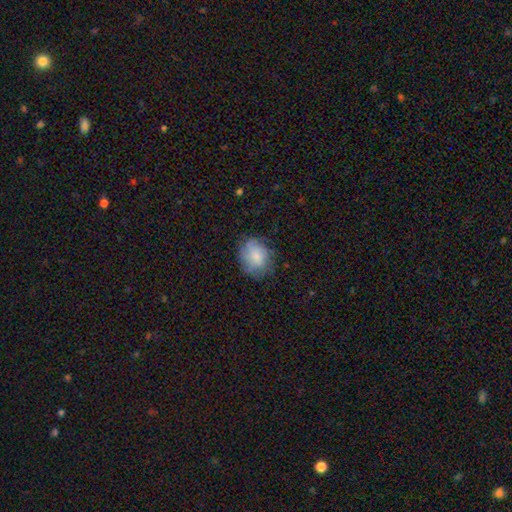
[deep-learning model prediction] This is likely a smooth galaxy (71%). How rounded: possibly round (53%). Merging: likely none (65%).